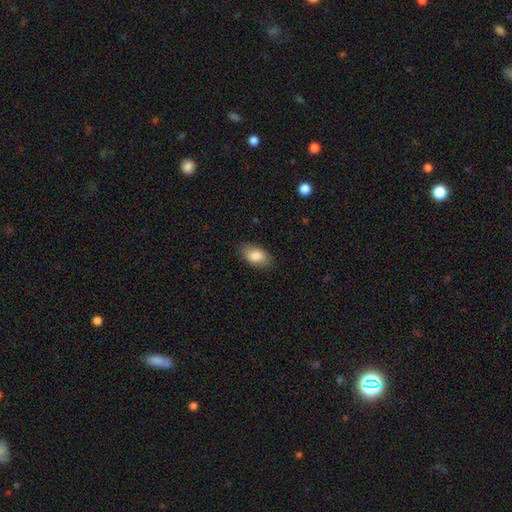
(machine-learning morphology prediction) type=smooth (84%); roundness=in between (92%); merging=none (83%).